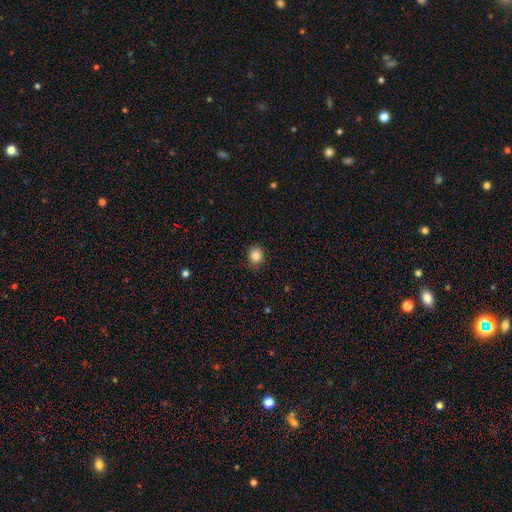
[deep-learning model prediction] This is clearly a smooth galaxy (85%). How rounded: likely round (65%). Merging: clearly none (85%).